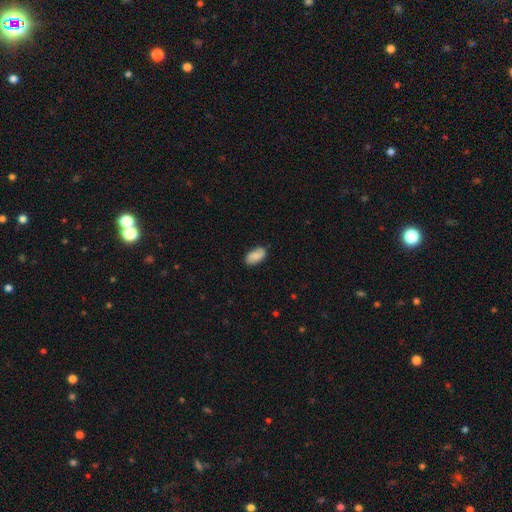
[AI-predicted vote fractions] The model was most divided on "smooth or featured": smooth: 76%, featured or disk: 17%, star or artifact: 7%. More confident: how rounded — in between (94%); merging — none (81%).